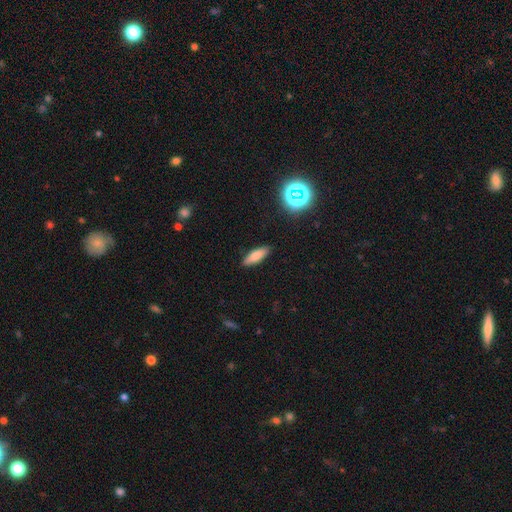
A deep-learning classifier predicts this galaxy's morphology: Q: Smooth or featured?
A: smooth (79%); runner-up: featured or disk (12%)
Q: How rounded?
A: in between (54%); runner-up: cigar-shaped (44%)
Q: Merging?
A: none (87%); runner-up: minor disturbance (10%)